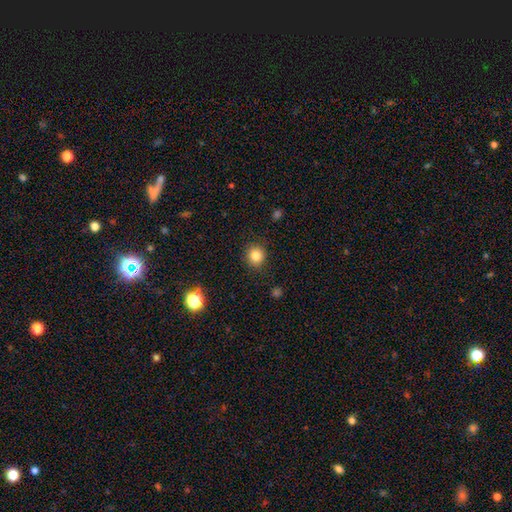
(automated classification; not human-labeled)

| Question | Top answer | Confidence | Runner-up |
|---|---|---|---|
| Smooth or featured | smooth | 83% | star or artifact (12%) |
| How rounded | round | 88% | in between (11%) |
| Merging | none | 89% | minor disturbance (8%) |